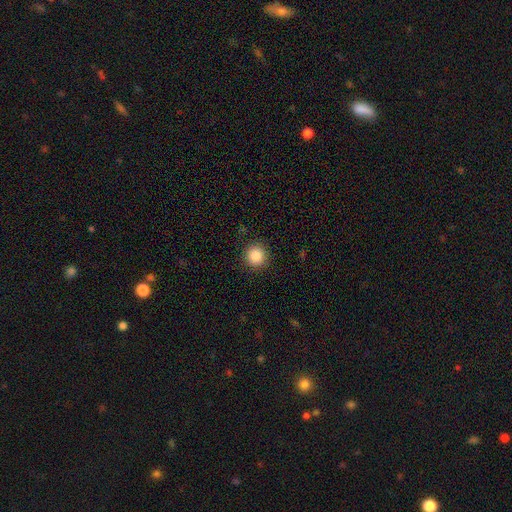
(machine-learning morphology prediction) Smooth or featured? Predicted: smooth (p=0.86). How rounded? Predicted: round (p=0.94). Merging? Predicted: none (p=0.92).